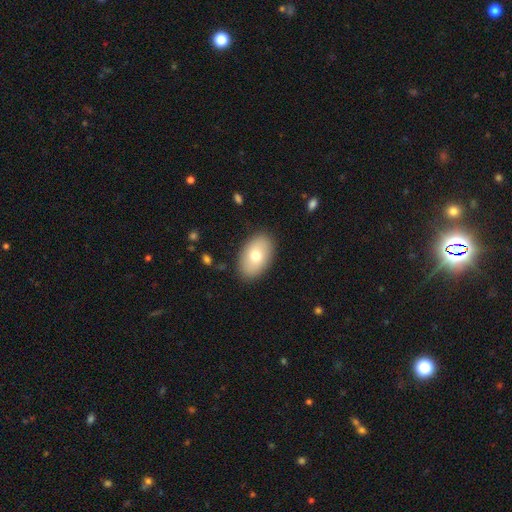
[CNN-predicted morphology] smooth-or-featured: smooth: 72% | featured or disk: 21% | star or artifact: 7%
  how-rounded: in between: 91% | round: 8% | cigar-shaped: 1%
  merging: none: 88% | minor disturbance: 9% | major disturbance: 2% | merger: 1%